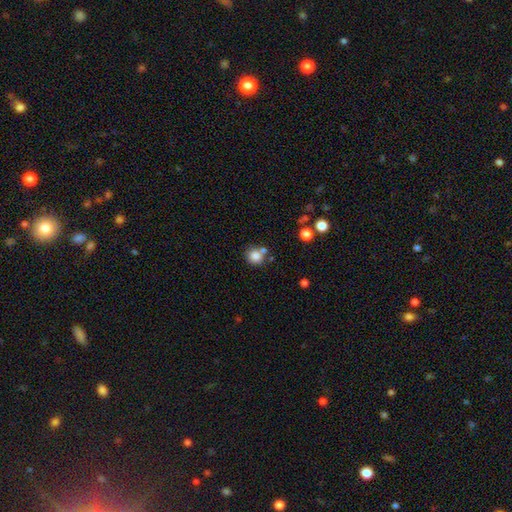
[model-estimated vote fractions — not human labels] A smooth galaxy with no disk features (82%) that is round (86%). Merging: none (67%).